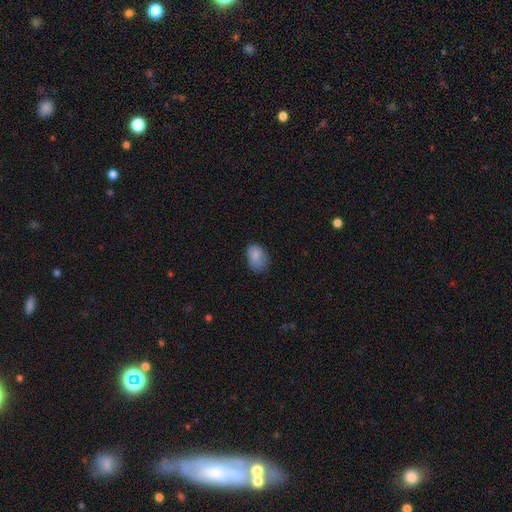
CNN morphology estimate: Overall: smooth (84%). How rounded: in between (80%). Merging: none (56%; minor disturbance 32%).